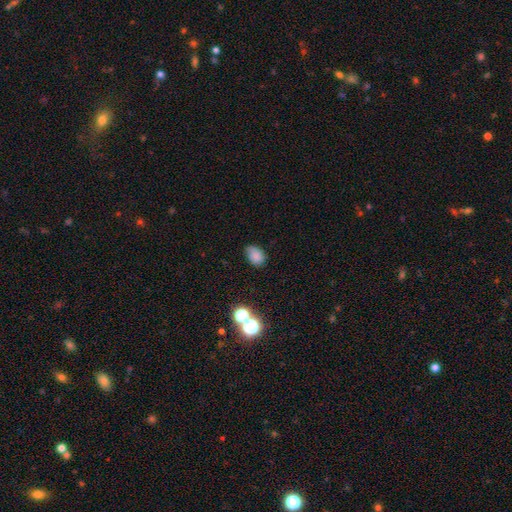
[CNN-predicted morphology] smooth-or-featured: smooth: 77% | star or artifact: 14% | featured or disk: 9%
  how-rounded: in between: 76% | round: 23% | cigar-shaped: 1%
  merging: none: 64% | minor disturbance: 27% | major disturbance: 6% | merger: 3%